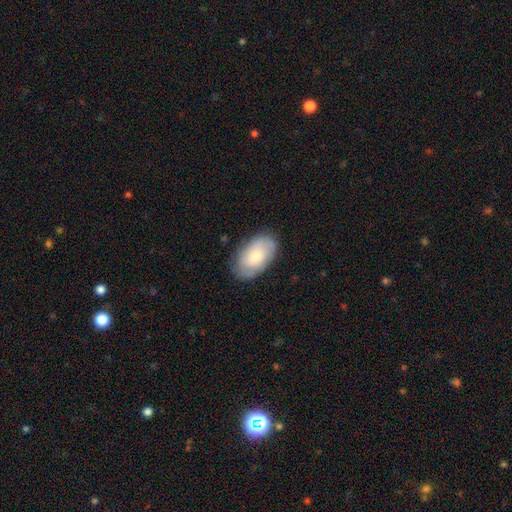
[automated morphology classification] smooth_or_featured: smooth (p=0.63) [alt: featured or disk p=0.31]
how_rounded: in between (p=0.93) [alt: round p=0.06]
merging: none (p=0.78) [alt: minor disturbance p=0.17]